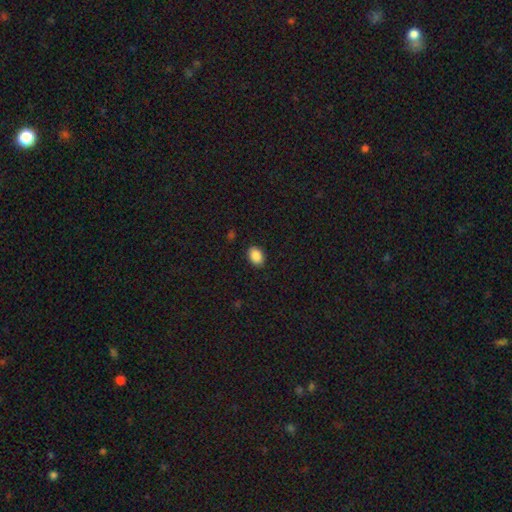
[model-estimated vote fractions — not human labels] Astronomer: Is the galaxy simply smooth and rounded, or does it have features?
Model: smooth — 89%.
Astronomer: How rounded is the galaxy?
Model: in between — 81%.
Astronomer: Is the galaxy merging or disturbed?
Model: none — 88%.